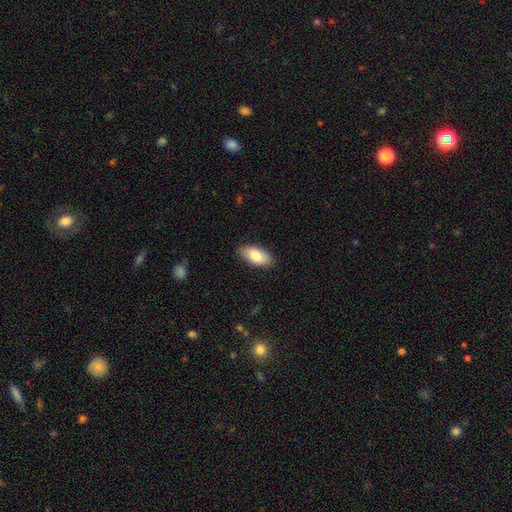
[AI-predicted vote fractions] smooth_or_featured: smooth (p=0.80) [alt: featured or disk p=0.14]
how_rounded: in between (p=0.92) [alt: cigar-shaped p=0.06]
merging: none (p=0.87) [alt: minor disturbance p=0.10]